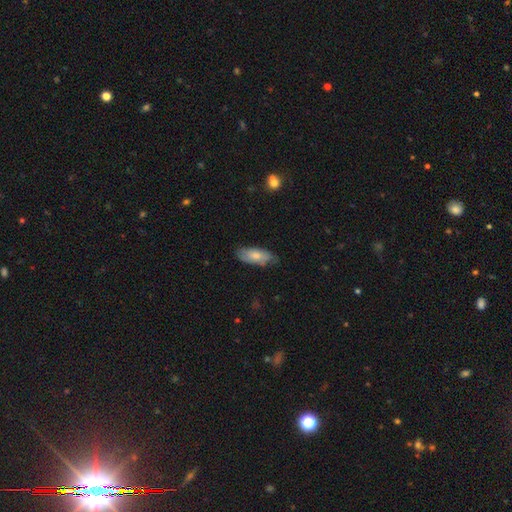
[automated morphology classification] smooth 73%, featured or disk 21%, star or artifact 6%. Down the decision tree: how rounded — in between (82%); merging — none (70%).